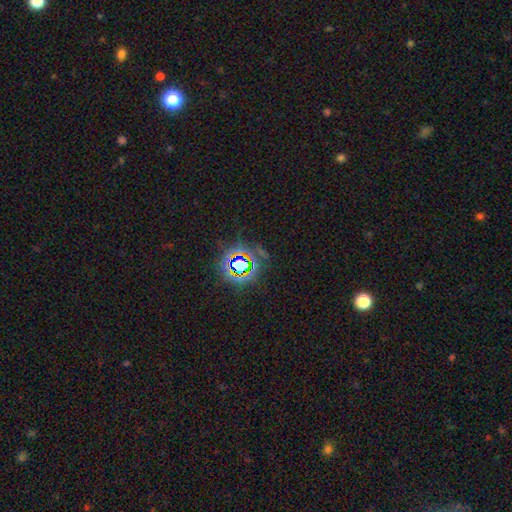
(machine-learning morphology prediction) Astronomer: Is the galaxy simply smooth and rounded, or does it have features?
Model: star or artifact — 75%.